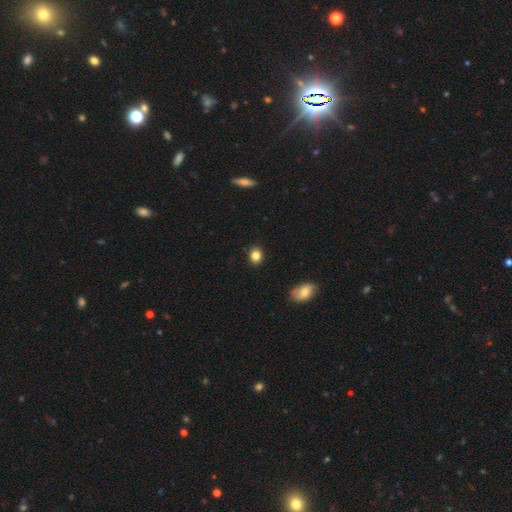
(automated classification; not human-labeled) Smooth or featured? Predicted: smooth (p=0.84). How rounded? Predicted: round (p=0.56). Merging? Predicted: none (p=0.88).